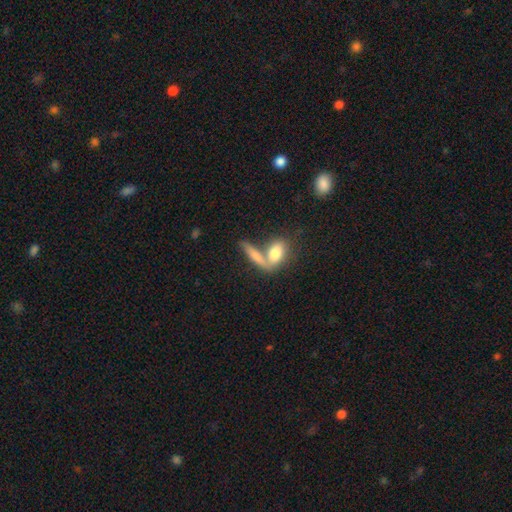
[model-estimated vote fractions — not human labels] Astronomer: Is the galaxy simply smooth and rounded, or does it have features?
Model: smooth — 71%.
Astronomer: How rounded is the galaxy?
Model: in between — 49% (runner-up: cigar-shaped, 43%).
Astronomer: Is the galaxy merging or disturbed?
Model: merger — 46% (runner-up: none, 39%).